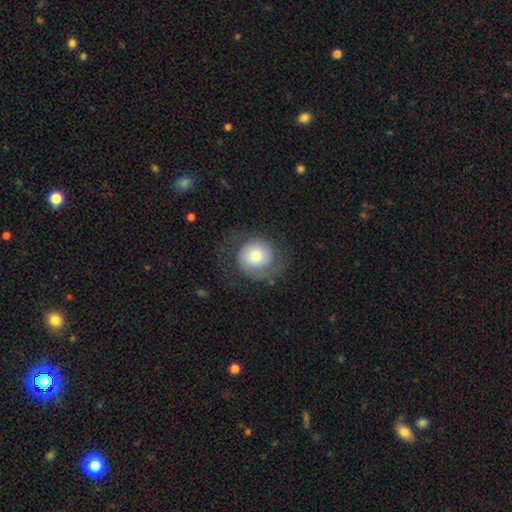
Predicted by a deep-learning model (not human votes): smooth-or-featured: smooth: 52% | featured or disk: 40% | star or artifact: 8%
  how-rounded: round: 84% | in between: 16% | cigar-shaped: 1%
  merging: none: 62% | major disturbance: 19% | minor disturbance: 18% | merger: 1%